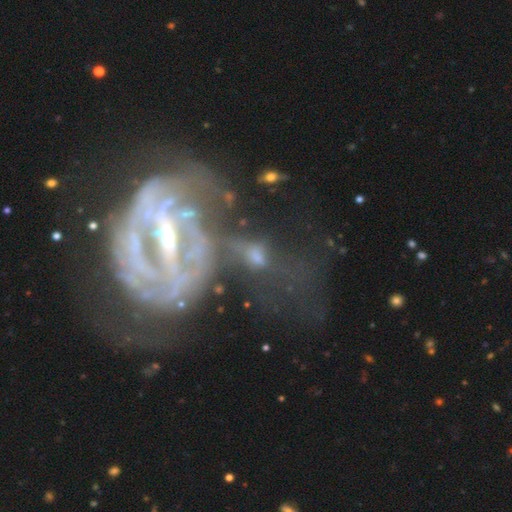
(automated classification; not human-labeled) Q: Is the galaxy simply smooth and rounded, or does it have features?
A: featured or disk — 57%.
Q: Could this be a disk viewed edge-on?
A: no — 86%.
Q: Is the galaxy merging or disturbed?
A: none — 32%.